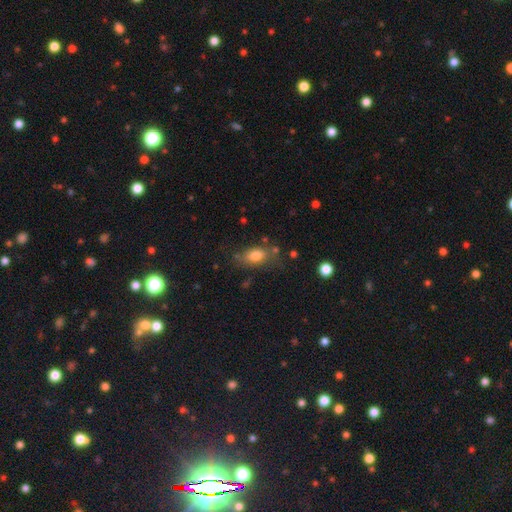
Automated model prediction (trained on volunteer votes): smooth-or-featured: smooth: 78% | featured or disk: 13% | star or artifact: 9%
  how-rounded: in between: 84% | round: 11% | cigar-shaped: 5%
  merging: none: 65% | minor disturbance: 21% | major disturbance: 8% | merger: 6%